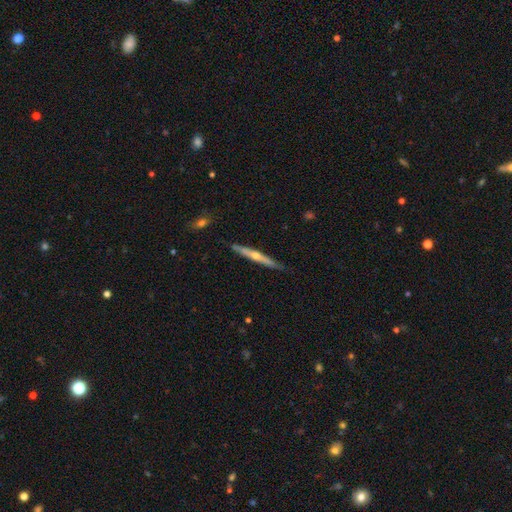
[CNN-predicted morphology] The model was most divided on "smooth or featured": featured or disk: 70%, smooth: 24%, star or artifact: 6%. More confident: edge-on disk — yes (97%); merging — none (87%); edge-on bulge — rounded (79%).